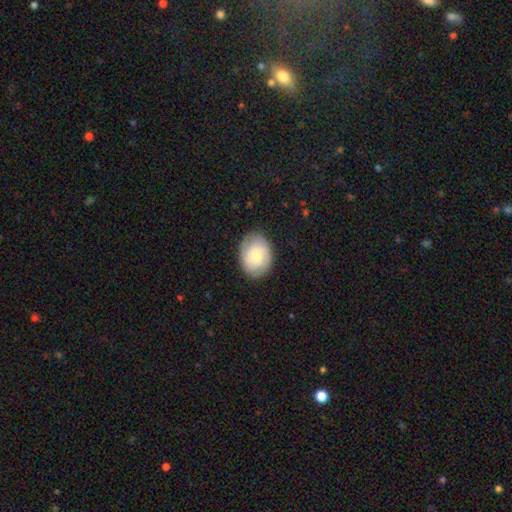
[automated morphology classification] Q: Smooth or featured?
A: smooth (53%); runner-up: featured or disk (40%)
Q: How rounded?
A: in between (61%); runner-up: round (38%)
Q: Merging?
A: none (81%); runner-up: minor disturbance (14%)